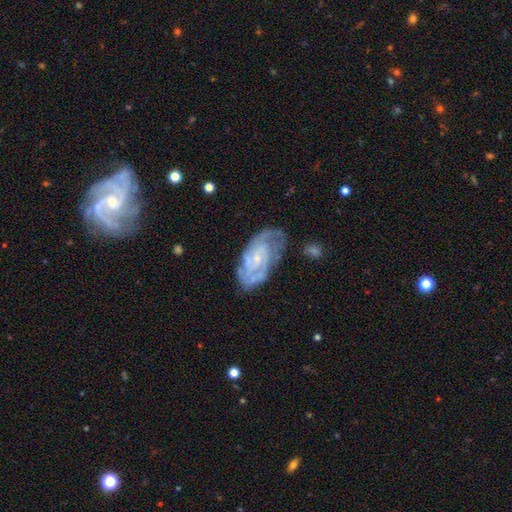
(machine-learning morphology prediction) Smooth or featured?
  - featured or disk: 78% *
  - smooth: 13%
  - star or artifact: 9%
Edge-on disk?
  - no: 95% *
  - yes: 5%
Bar?
  - no: 58% *
  - weak: 33%
  - strong: 9%
Spiral arms?
  - yes: 94% *
  - no: 6%
Spiral winding?
  - tight: 58% *
  - medium: 34%
  - loose: 9%
Spiral arm count?
  - 2: 46% *
  - can't tell: 23%
  - 3: 17%
  - 4: 5%
  - 1: 4%
  - more than 4: 4%
Bulge size?
  - small: 67% *
  - moderate: 21%
  - none: 9%
  - large: 2%
  - dominant: 1%
Merging?
  - none: 72% *
  - minor disturbance: 17%
  - major disturbance: 7%
  - merger: 4%